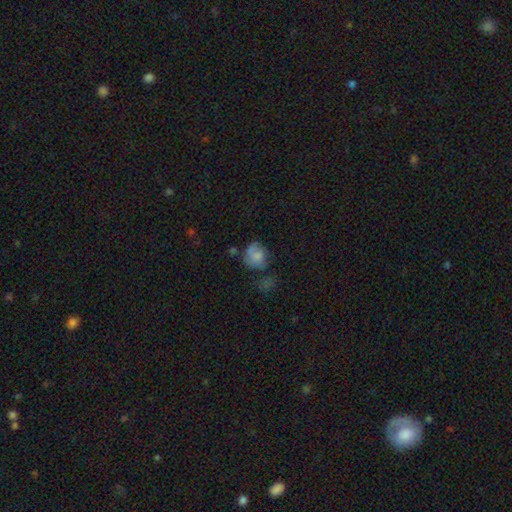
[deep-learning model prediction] A smooth galaxy with no disk features (66%) that is round (62%). Merging: none (40%).